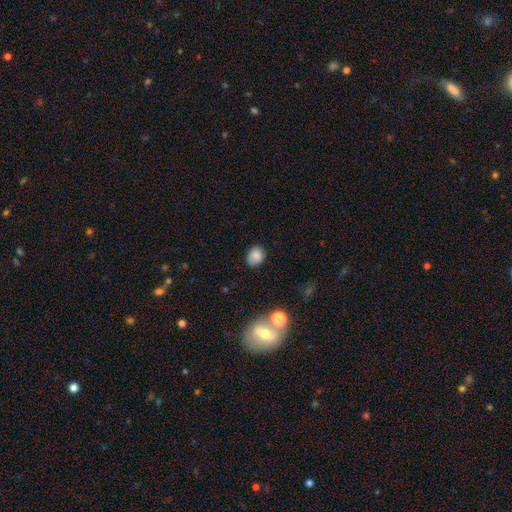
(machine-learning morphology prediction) Smooth or featured: smooth — 82% (star or artifact — 10%)
How rounded: round — 53% (in between — 46%)
Merging: none — 78% (minor disturbance — 16%)